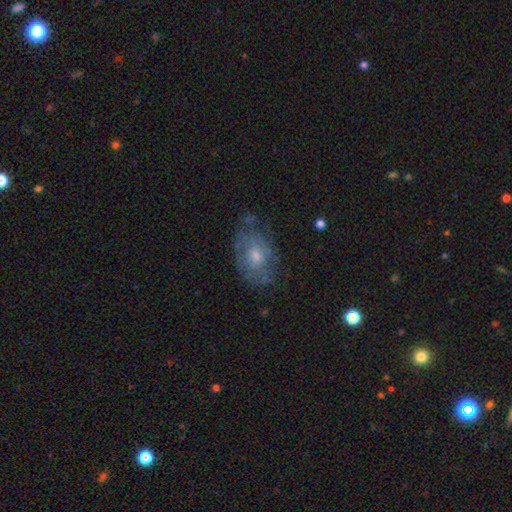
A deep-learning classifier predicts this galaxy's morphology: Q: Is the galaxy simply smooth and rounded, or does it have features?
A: smooth — 46%, tied with featured or disk.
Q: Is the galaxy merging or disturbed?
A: none — 59%.